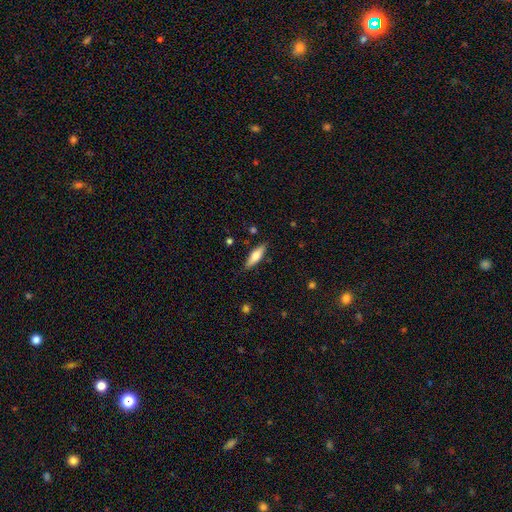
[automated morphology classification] smooth 60%, featured or disk 34%, star or artifact 6%. Down the decision tree: how rounded — cigar-shaped (54%); merging — none (84%).